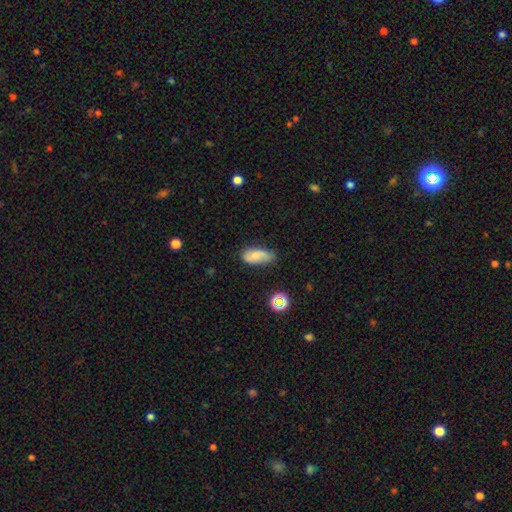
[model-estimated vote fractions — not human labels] The model was most divided on "merging": none: 62%, minor disturbance: 29%, major disturbance: 6%, merger: 3%. More confident: how rounded — in between (86%); smooth or featured — smooth (71%).